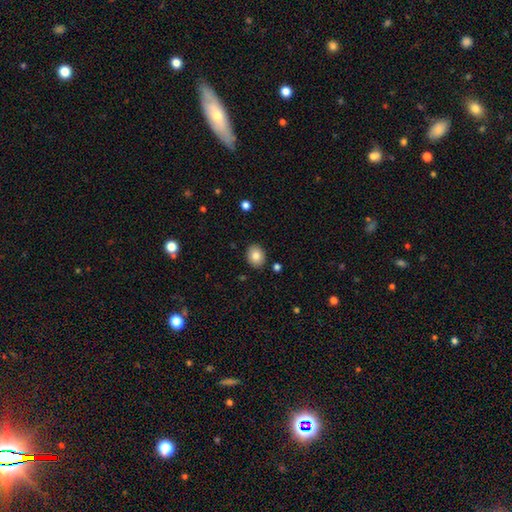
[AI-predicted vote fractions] Q: Smooth or featured?
A: smooth (83%); runner-up: star or artifact (8%)
Q: How rounded?
A: in between (50%); tied with: round (50%)
Q: Merging?
A: none (88%); runner-up: minor disturbance (9%)